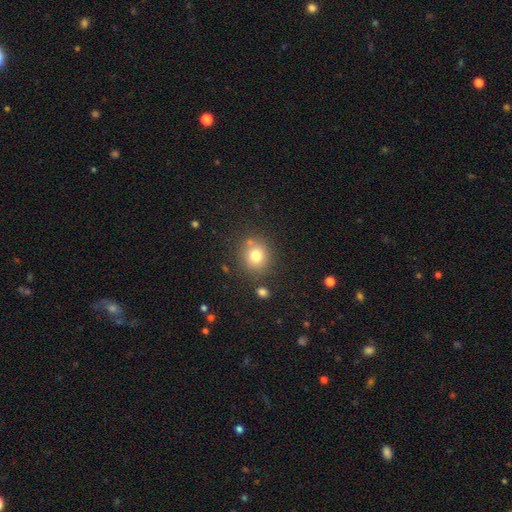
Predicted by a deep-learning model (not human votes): A smooth galaxy with no disk features (77%) that is round (82%). Merging: none (79%).